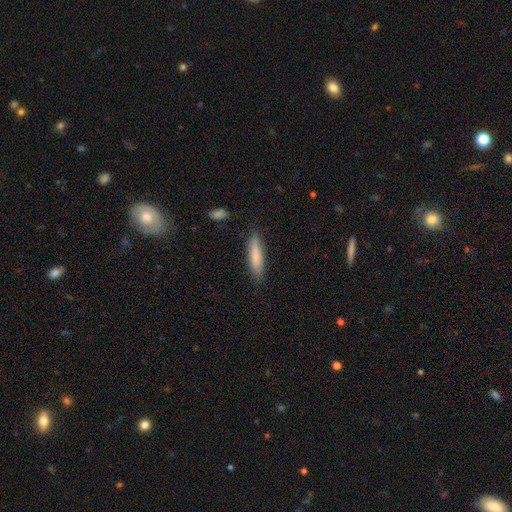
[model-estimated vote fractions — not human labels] Smooth or featured: smooth — 80% (featured or disk — 14%)
How rounded: cigar-shaped — 80% (in between — 19%)
Merging: none — 86% (minor disturbance — 11%)